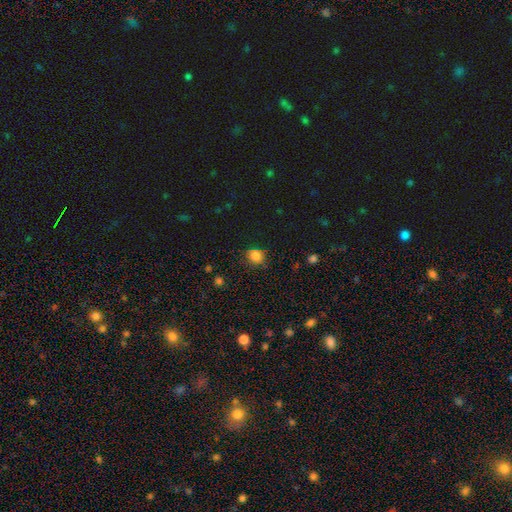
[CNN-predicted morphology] Smooth or featured? Predicted: smooth (p=0.81). How rounded? Predicted: round (p=0.75). Merging? Predicted: none (p=0.75).